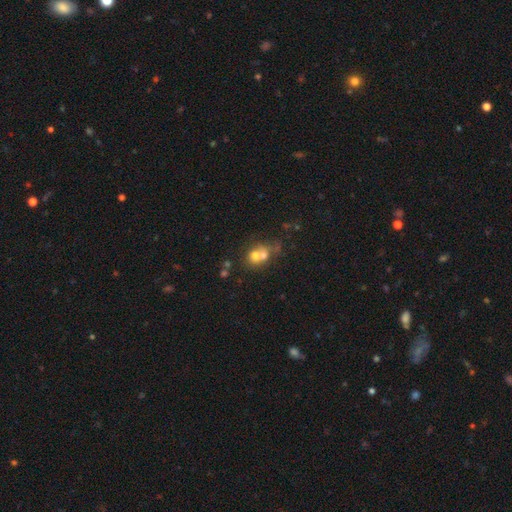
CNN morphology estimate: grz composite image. It shows a smooth galaxy with no disk features (62%) that is round (68%). Merging: merger (60%).